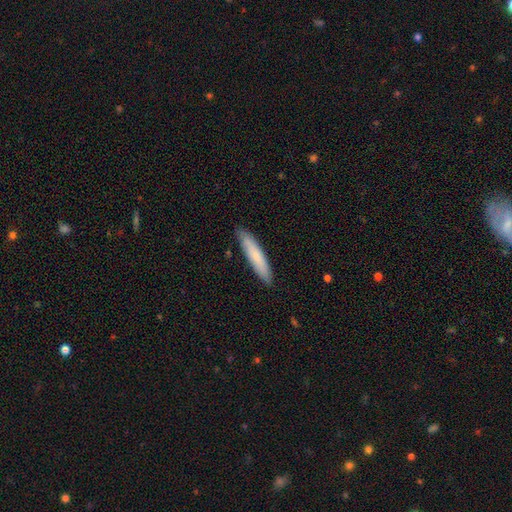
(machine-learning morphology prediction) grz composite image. It shows a smooth galaxy with no disk features (72%) that is cigar-shaped (88%). Merging: none (88%).